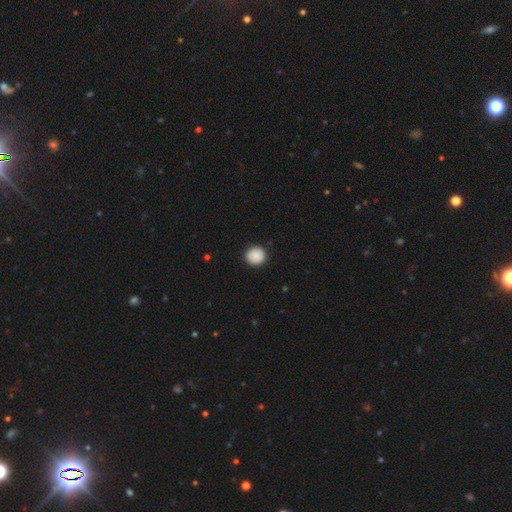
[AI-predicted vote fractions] This is clearly a smooth galaxy (89%). How rounded: clearly round (92%). Merging: clearly none (91%).